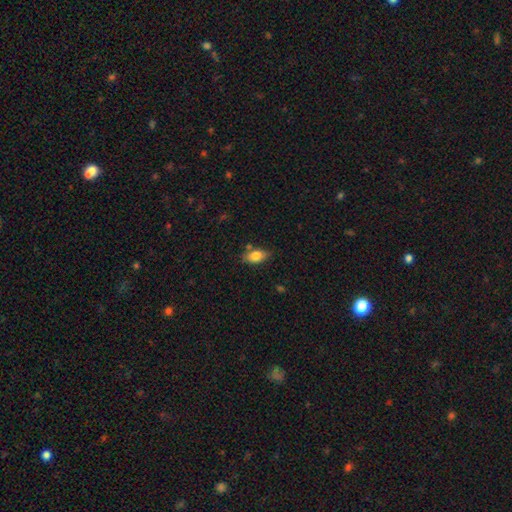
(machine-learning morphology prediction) The model was most divided on "merging": none: 71%, minor disturbance: 19%, merger: 6%, major disturbance: 4%. More confident: how rounded — in between (88%); smooth or featured — smooth (80%).